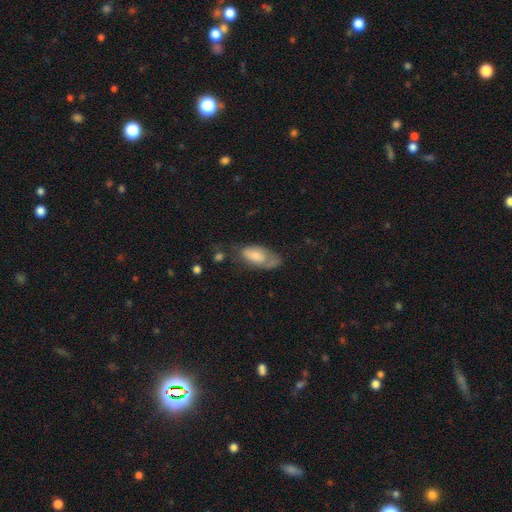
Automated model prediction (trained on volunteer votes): A smooth galaxy with no disk features (71%) that is in between round and cigar-shaped (90%).

Vote fractions:
- Smooth or featured? smooth: 71% / featured or disk: 23% / star or artifact: 6%
- How rounded? in between: 90% / cigar-shaped: 8% / round: 3%
- Merging? none: 39% / minor disturbance: 31% / major disturbance: 23% / merger: 6%